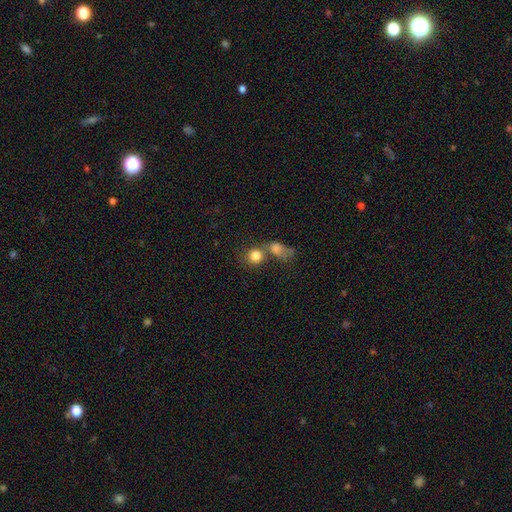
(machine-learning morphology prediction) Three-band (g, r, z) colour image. It shows a smooth galaxy with no disk features (81%) that is round (81%). Merging: merger (45%).